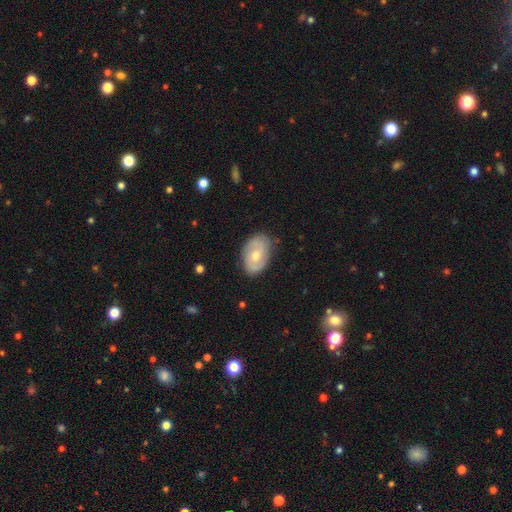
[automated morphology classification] featured or disk 56%, smooth 38%, star or artifact 7%. Down the decision tree: edge-on disk — no (95%); bar — no (59%); spiral arms — yes (71%); bulge size — moderate (65%); merging — none (81%).